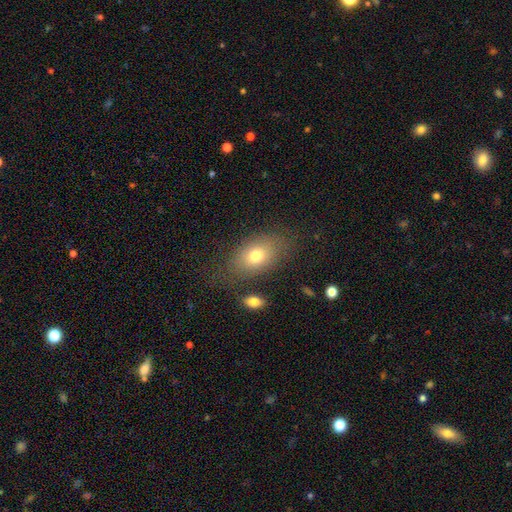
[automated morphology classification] smooth-or-featured: smooth: 74% | featured or disk: 16% | star or artifact: 10%
  how-rounded: in between: 84% | round: 14% | cigar-shaped: 2%
  merging: none: 71% | minor disturbance: 16% | major disturbance: 8% | merger: 4%